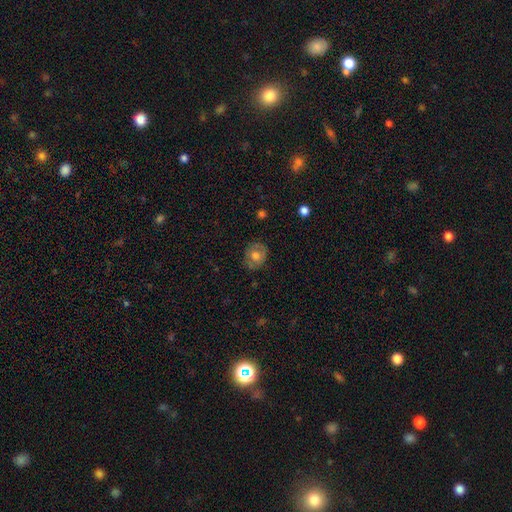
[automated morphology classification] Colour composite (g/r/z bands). It shows a smooth galaxy with no disk features (60%) that is round (65%). Merging: none (79%).